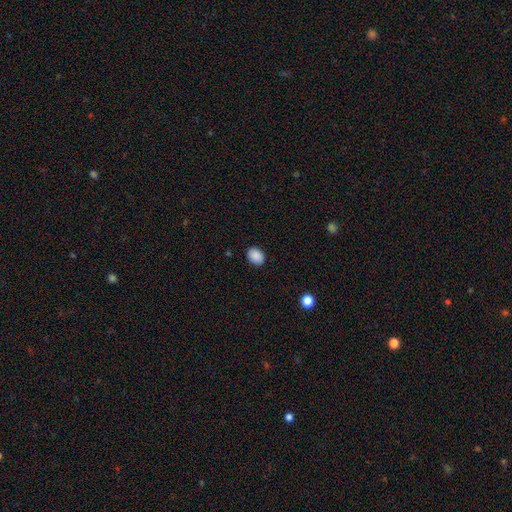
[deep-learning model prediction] smooth_or_featured: smooth (p=0.89) [alt: star or artifact p=0.08]
how_rounded: in between (p=0.69) [alt: round p=0.30]
merging: none (p=0.88) [alt: minor disturbance p=0.09]